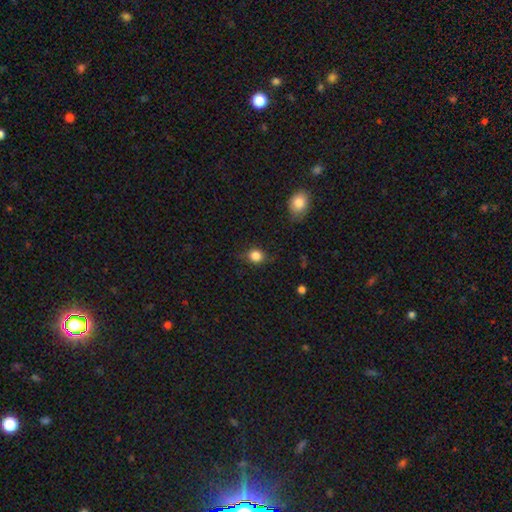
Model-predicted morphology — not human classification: Smooth or featured? Predicted: smooth (p=0.83). How rounded? Predicted: round (p=0.75). Merging? Predicted: none (p=0.74).